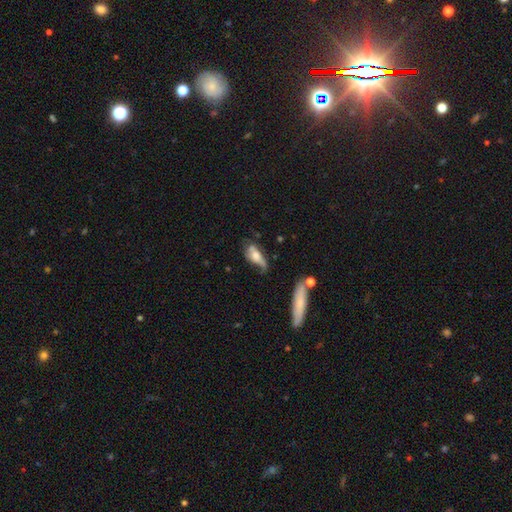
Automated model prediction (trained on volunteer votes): A smooth galaxy with no disk features (55%) that is in between round and cigar-shaped (76%).

Vote fractions:
- Smooth or featured? smooth: 55% / featured or disk: 37% / star or artifact: 8%
- How rounded? in between: 76% / cigar-shaped: 19% / round: 5%
- Merging? minor disturbance: 33% / major disturbance: 29% / none: 28% / merger: 9%